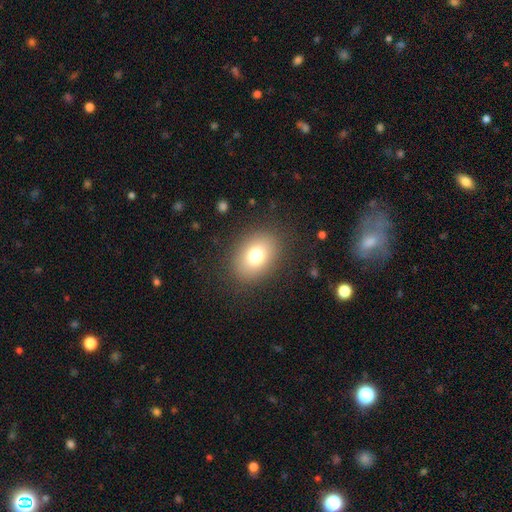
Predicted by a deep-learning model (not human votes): Smooth or featured? smooth (76%)
How rounded? in between (66%)
Merging? none (86%)